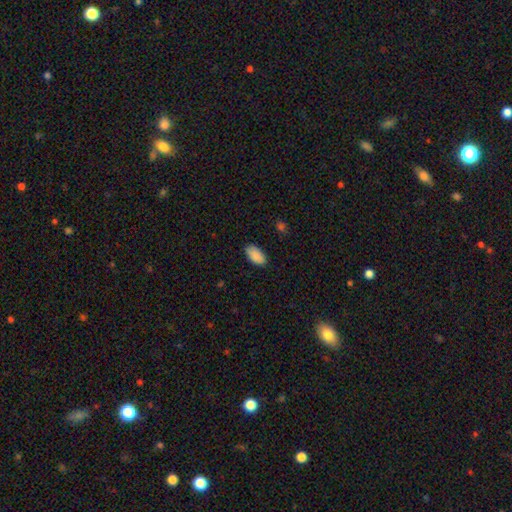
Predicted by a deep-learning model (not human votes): Q: Smooth or featured?
A: smooth (90%); runner-up: star or artifact (7%)
Q: How rounded?
A: in between (95%); runner-up: cigar-shaped (3%)
Q: Merging?
A: none (84%); runner-up: minor disturbance (13%)